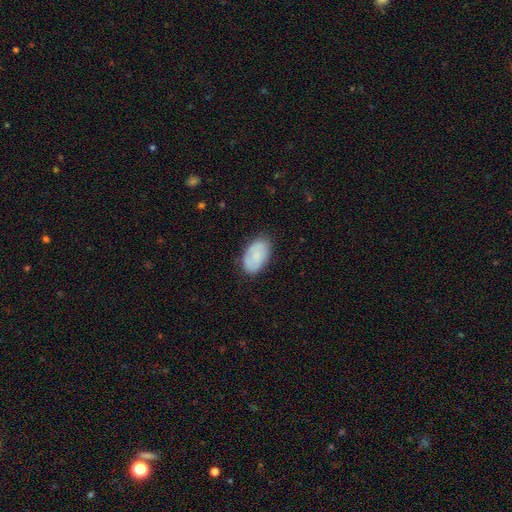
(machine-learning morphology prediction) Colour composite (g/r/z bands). It shows a smooth galaxy with no disk features (81%) that is in between round and cigar-shaped (94%). Merging: none (80%).